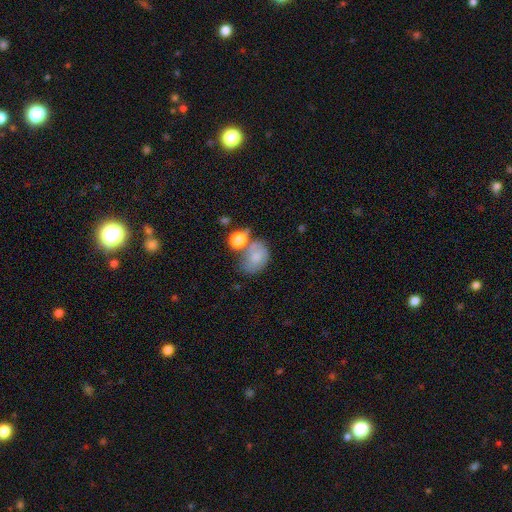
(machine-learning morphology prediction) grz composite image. It shows a smooth galaxy with no disk features (73%) that is in between round and cigar-shaped (65%). Merging: none (36%).